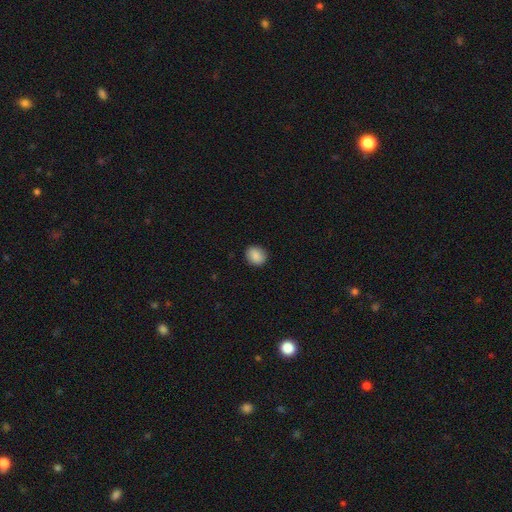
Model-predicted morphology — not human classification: The model was most divided on "how rounded": round: 66%, in between: 33%, cigar-shaped: 1%. More confident: merging — none (90%); smooth or featured — smooth (88%).